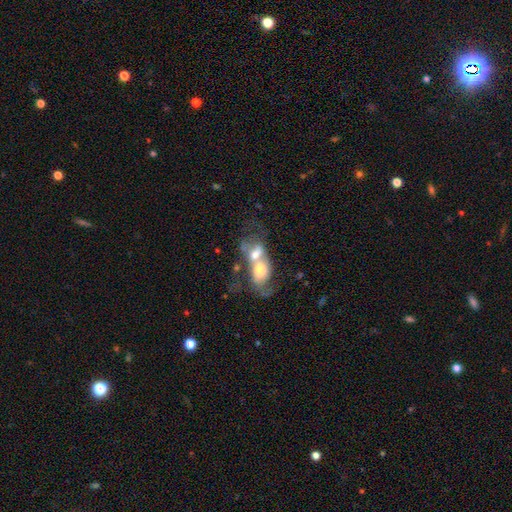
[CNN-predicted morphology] type=featured or disk (50%); merging=merger (79%).